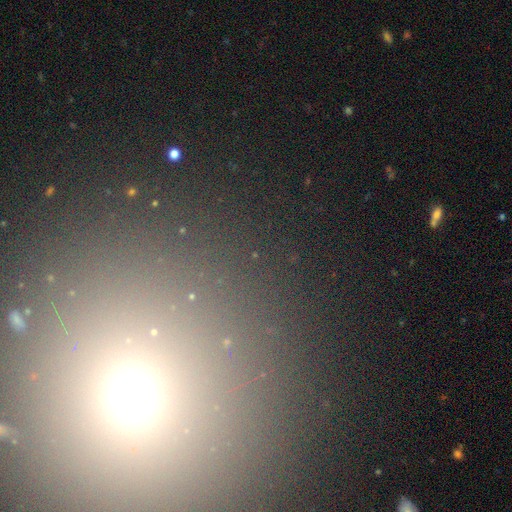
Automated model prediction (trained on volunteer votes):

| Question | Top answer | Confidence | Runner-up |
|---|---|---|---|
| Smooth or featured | smooth | 46% | star or artifact (44%) |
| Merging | none | 88% | minor disturbance (6%) |